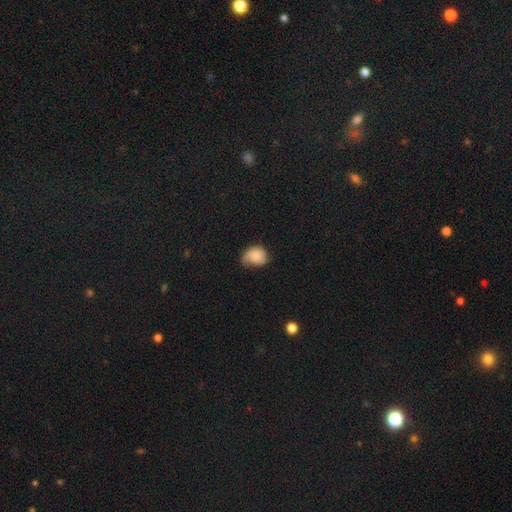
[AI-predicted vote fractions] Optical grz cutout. It shows a smooth galaxy with no disk features (71%) that is in between round and cigar-shaped (51%). Merging: minor disturbance (44%).